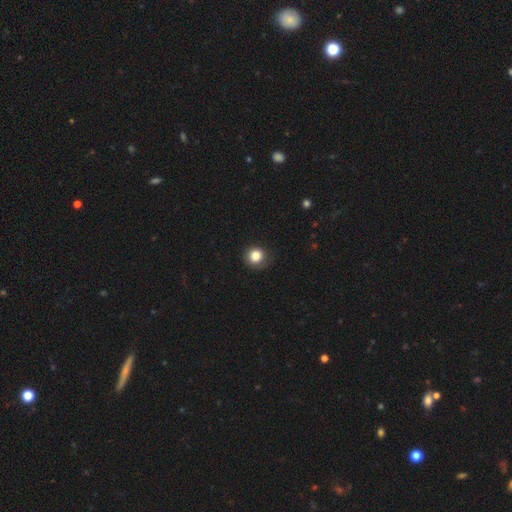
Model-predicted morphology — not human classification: This is clearly a smooth galaxy (83%). How rounded: clearly round (91%). Merging: clearly none (84%).